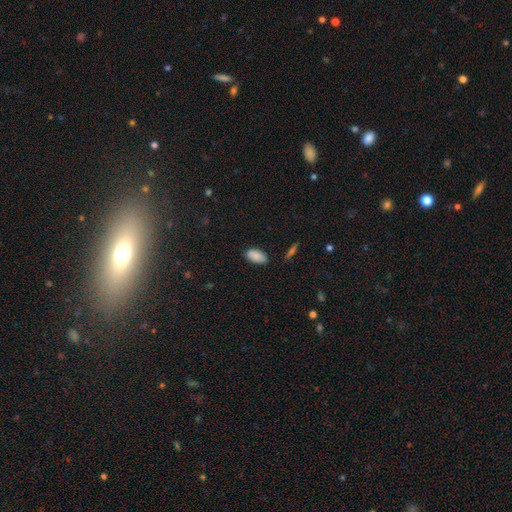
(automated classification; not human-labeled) This appears to be a smooth galaxy with no disk features (88%) that is in between round and cigar-shaped (94%). Merging: none (84%).